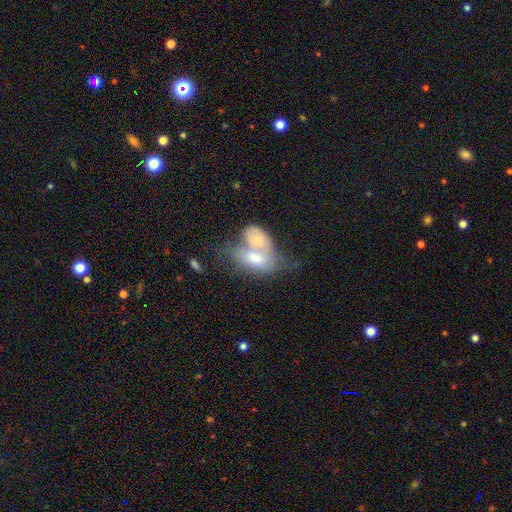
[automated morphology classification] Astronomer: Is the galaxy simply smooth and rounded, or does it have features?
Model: smooth — 58% (runner-up: featured or disk, 35%).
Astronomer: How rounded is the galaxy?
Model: in between — 83%.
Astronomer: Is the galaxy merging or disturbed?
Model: merger — 77%.